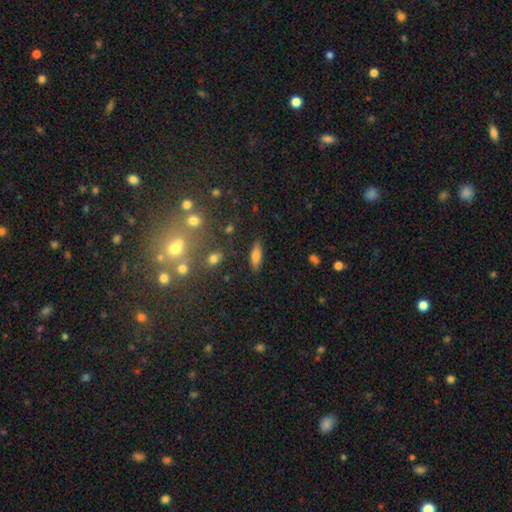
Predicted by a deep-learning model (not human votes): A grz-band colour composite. It shows a smooth galaxy with no disk features (75%) that is in between round and cigar-shaped (57%). Merging: none (83%).